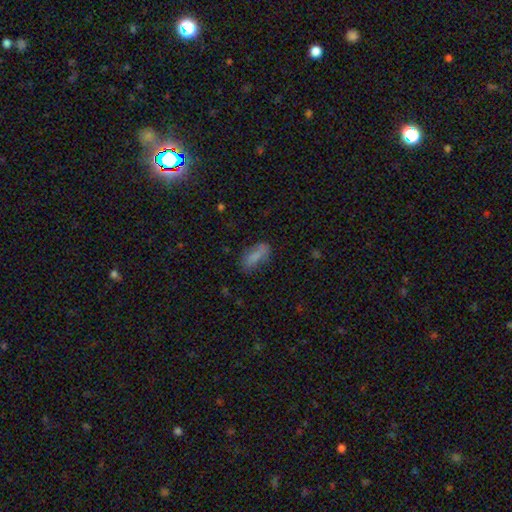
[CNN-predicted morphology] Smooth or featured? Predicted: smooth (p=0.77). How rounded? Predicted: in between (p=0.78). Merging? Predicted: none (p=0.68).